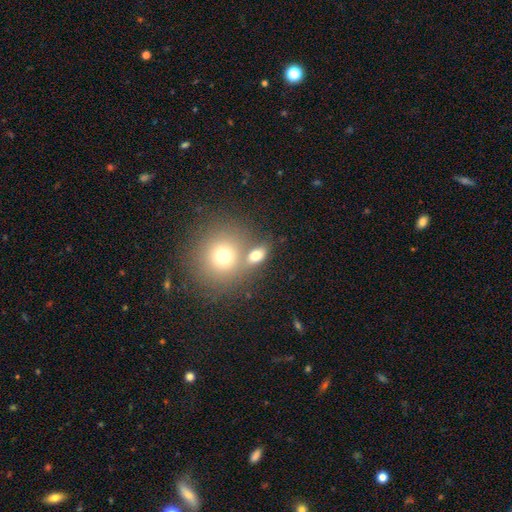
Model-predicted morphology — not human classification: This is likely a smooth galaxy (73%). How rounded: possibly in between (58%). Merging: possibly none (50%).